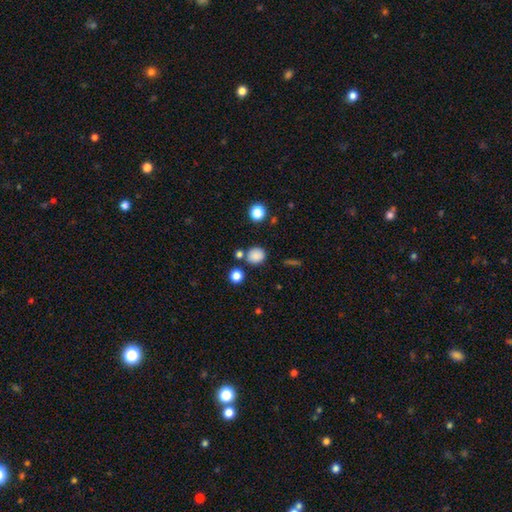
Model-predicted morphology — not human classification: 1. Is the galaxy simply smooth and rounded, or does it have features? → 84% smooth, 12% star or artifact, 4% featured or disk.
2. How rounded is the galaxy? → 75% round, 24% in between, 1% cigar-shaped.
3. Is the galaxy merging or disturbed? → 77% none, 10% minor disturbance, 10% merger, 3% major disturbance.